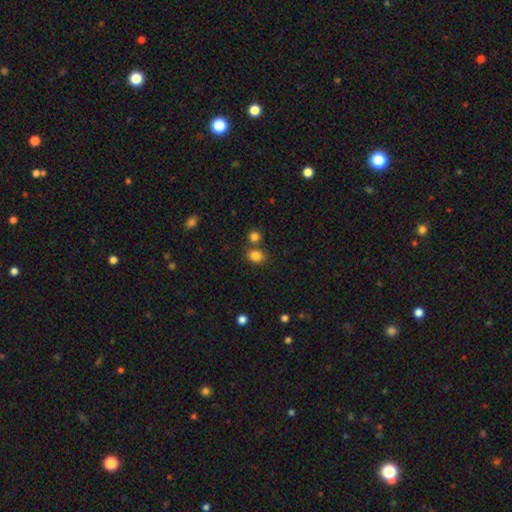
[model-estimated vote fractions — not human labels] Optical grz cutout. It shows a smooth galaxy with no disk features (84%) that is round (59%). Merging: none (70%).